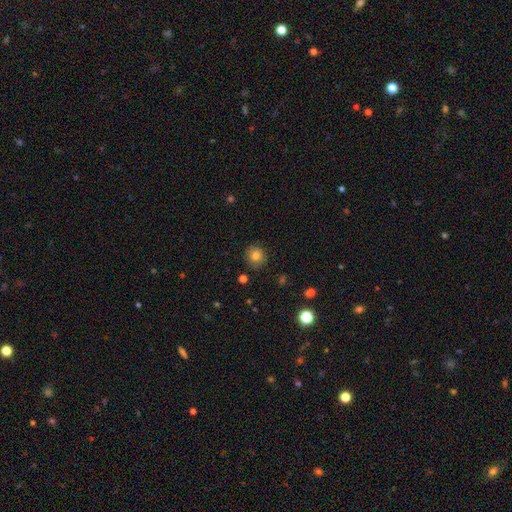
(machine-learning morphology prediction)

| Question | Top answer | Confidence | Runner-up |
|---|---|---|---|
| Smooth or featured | smooth | 81% | star or artifact (11%) |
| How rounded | round | 90% | in between (9%) |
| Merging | none | 88% | minor disturbance (8%) |